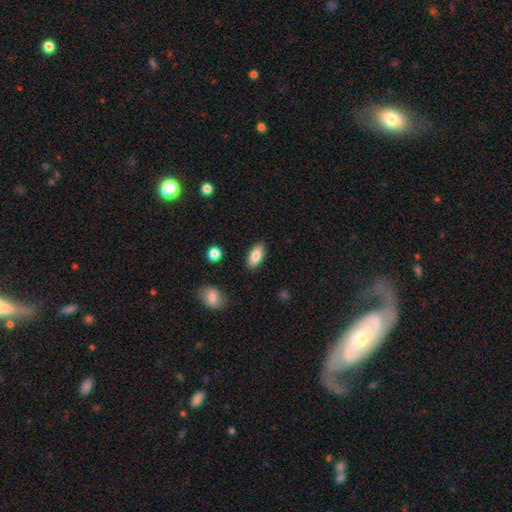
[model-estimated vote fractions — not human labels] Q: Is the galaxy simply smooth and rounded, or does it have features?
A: smooth — 84%.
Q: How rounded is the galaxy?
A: in between — 88%.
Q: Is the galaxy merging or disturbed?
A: none — 88%.